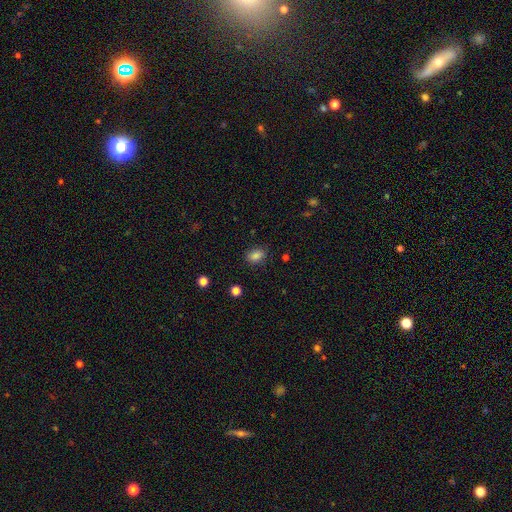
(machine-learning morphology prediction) Smooth or featured? smooth (85%)
How rounded? in between (79%)
Merging? none (84%)